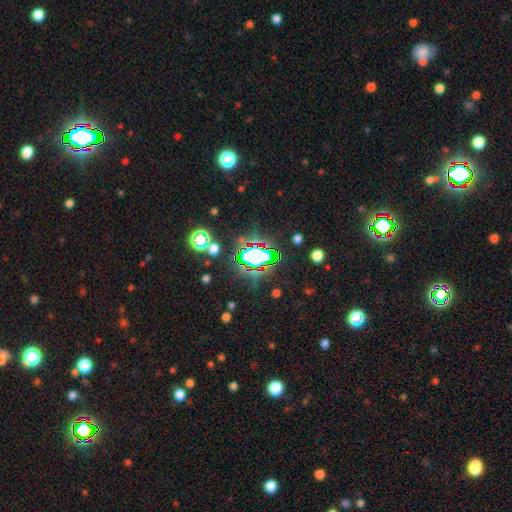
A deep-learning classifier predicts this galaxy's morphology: type=star or artifact (62%).